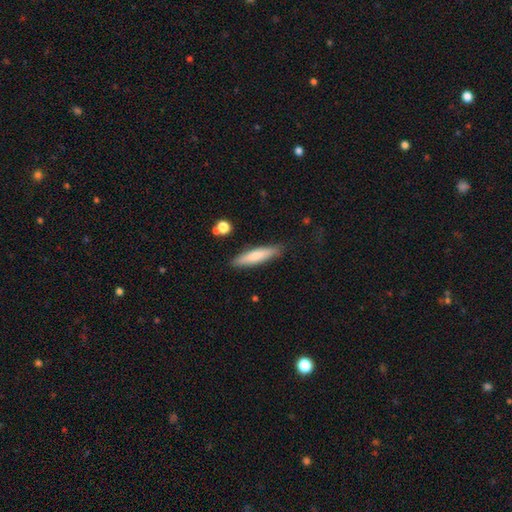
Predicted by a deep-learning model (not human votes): smooth-or-featured: smooth: 74% | featured or disk: 20% | star or artifact: 6%
  how-rounded: cigar-shaped: 80% | in between: 18% | round: 1%
  merging: none: 86% | minor disturbance: 10% | major disturbance: 2% | merger: 2%